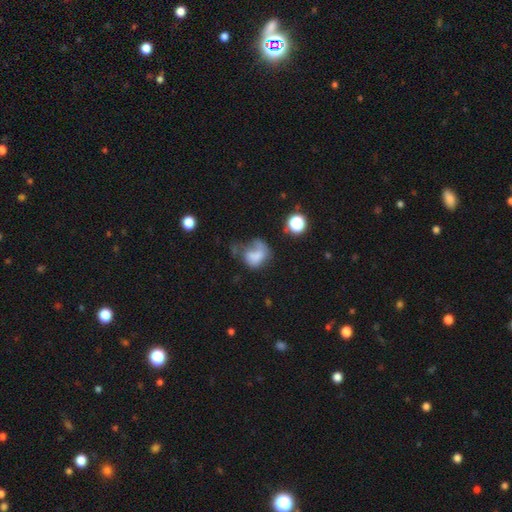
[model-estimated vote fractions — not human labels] smooth-or-featured: smooth: 56% | featured or disk: 31% | star or artifact: 13%
  how-rounded: in between: 52% | round: 46% | cigar-shaped: 1%
  merging: major disturbance: 42% | none: 22% | minor disturbance: 19% | merger: 17%